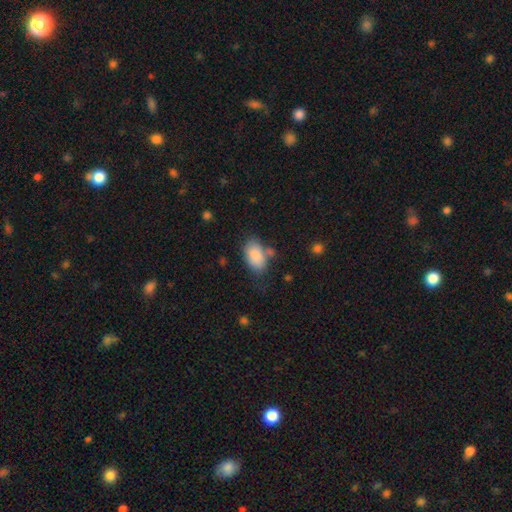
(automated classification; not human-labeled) This is clearly a smooth galaxy (86%). How rounded: clearly in between (92%). Merging: possibly none (60%).